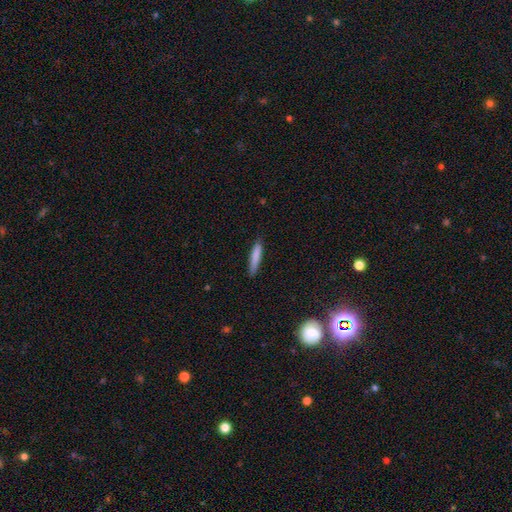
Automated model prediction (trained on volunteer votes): smooth 81%, featured or disk 13%, star or artifact 6%. Down the decision tree: how rounded — cigar-shaped (89%); merging — none (83%).